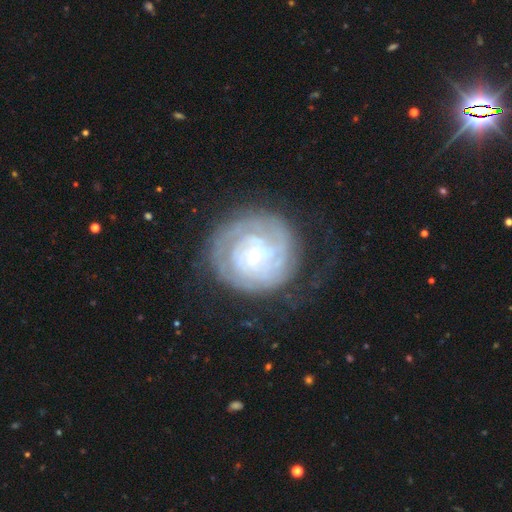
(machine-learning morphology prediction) Overall: featured or disk (76%). Edge-on disk: no (98%). Bar: no (63%; weak 30%). Spiral arms: yes (86%). Spiral arm count: can't tell (50%; 2 18%). Spiral winding: tight (76%). Bulge size: small (74%). Merging: none (65%).